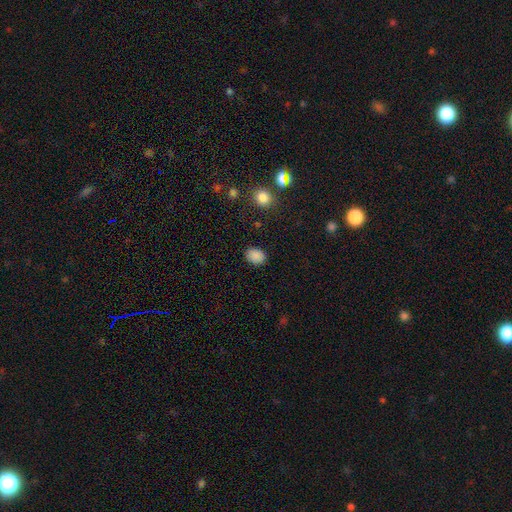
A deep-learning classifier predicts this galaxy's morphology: Smooth or featured?
  - smooth: 88% *
  - star or artifact: 9%
  - featured or disk: 3%
How rounded?
  - in between: 65% *
  - round: 34%
  - cigar-shaped: 1%
Merging?
  - none: 86% *
  - minor disturbance: 10%
  - major disturbance: 3%
  - merger: 1%